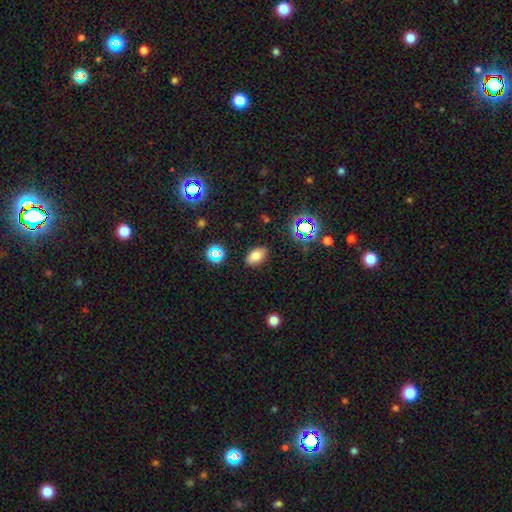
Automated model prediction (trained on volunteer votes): smooth 75%, star or artifact 17%, featured or disk 9%. Down the decision tree: how rounded — in between (89%); merging — none (86%).